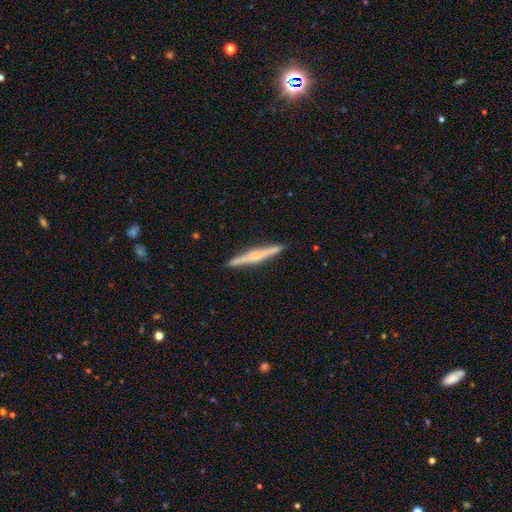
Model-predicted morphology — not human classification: featured or disk 65%, smooth 30%, star or artifact 6%. Down the decision tree: edge-on disk — yes (98%); edge-on bulge — rounded (60%); merging — none (91%).